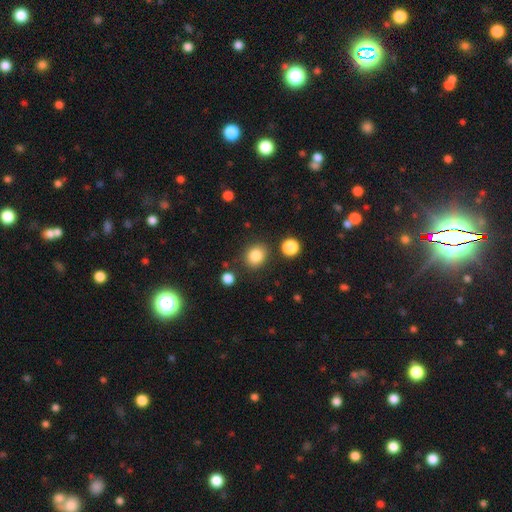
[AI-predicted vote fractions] A smooth galaxy with no disk features (84%) that is round (72%).

Vote fractions:
- Smooth or featured? smooth: 84% / star or artifact: 10% / featured or disk: 6%
- How rounded? round: 72% / in between: 27% / cigar-shaped: 1%
- Merging? none: 83% / minor disturbance: 9% / merger: 4% / major disturbance: 3%